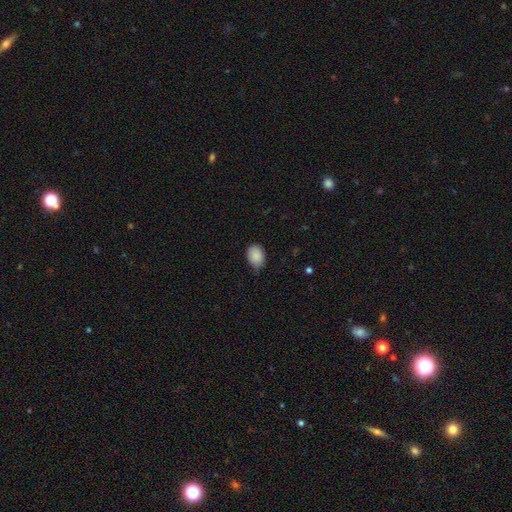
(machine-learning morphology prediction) A smooth galaxy with no disk features (89%) that is in between round and cigar-shaped (76%). Merging: none (64%).